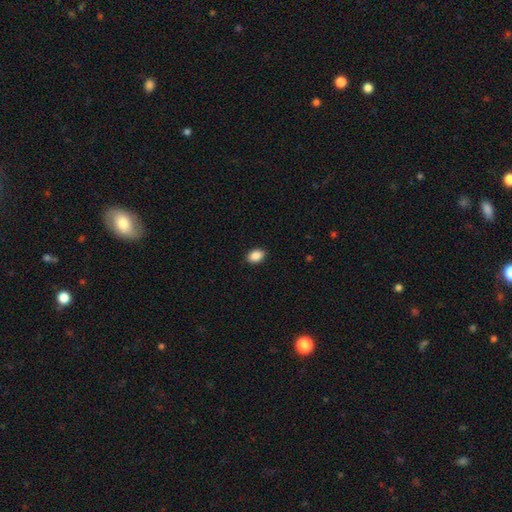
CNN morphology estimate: Smooth or featured? Predicted: smooth (p=0.89). How rounded? Predicted: in between (p=0.80). Merging? Predicted: none (p=0.90).